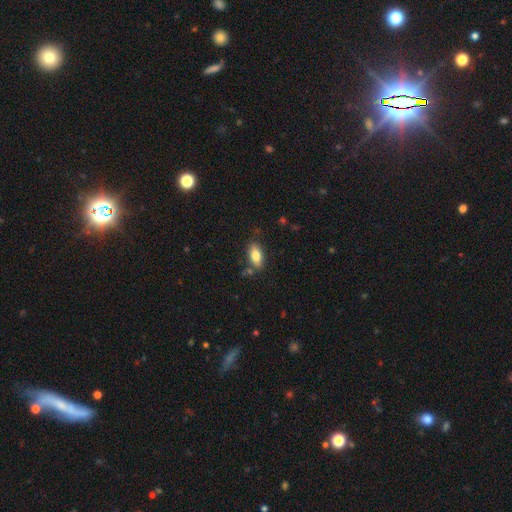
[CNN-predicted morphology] A smooth galaxy with no disk features (81%) that is in between round and cigar-shaped (89%).

Vote fractions:
- Smooth or featured? smooth: 81% / featured or disk: 12% / star or artifact: 7%
- How rounded? in between: 89% / cigar-shaped: 7% / round: 4%
- Merging? none: 78% / minor disturbance: 14% / merger: 5% / major disturbance: 3%